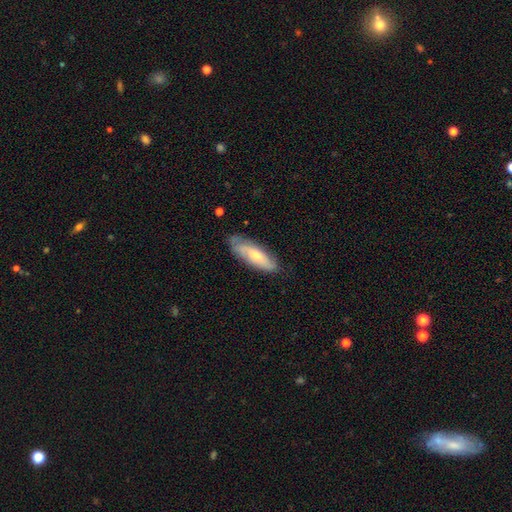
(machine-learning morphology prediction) Overall: featured or disk (47%, tied with smooth). Merging: none (71%).